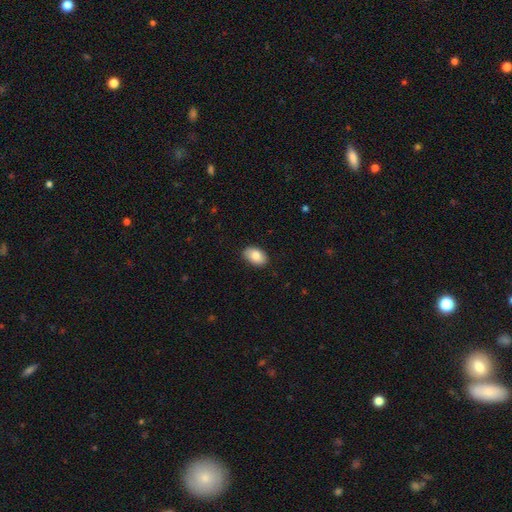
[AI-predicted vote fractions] Q: Smooth or featured?
A: smooth (87%); runner-up: featured or disk (7%)
Q: How rounded?
A: in between (91%); runner-up: round (8%)
Q: Merging?
A: none (87%); runner-up: minor disturbance (10%)